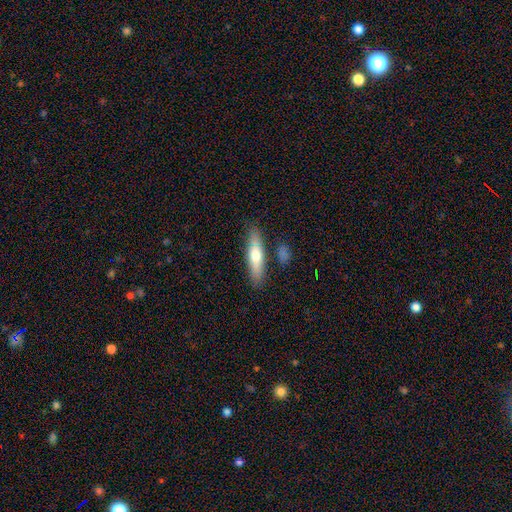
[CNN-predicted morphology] Overall: smooth (62%; featured or disk 32%). How rounded: cigar-shaped (69%). Merging: none (79%).